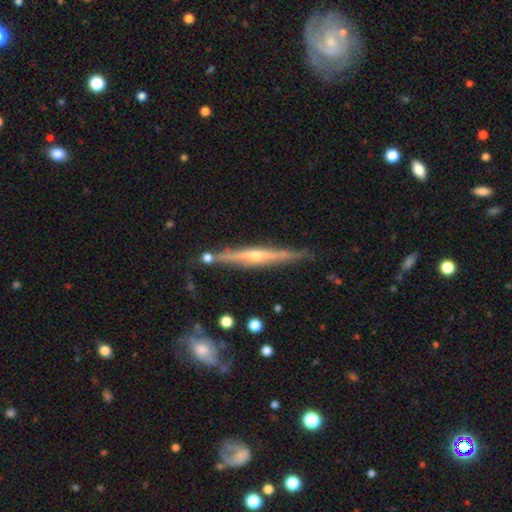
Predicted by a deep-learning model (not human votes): The model was most divided on "smooth or featured": featured or disk: 76%, smooth: 18%, star or artifact: 6%. More confident: edge-on disk — yes (97%); merging — none (80%); edge-on bulge — rounded (78%).